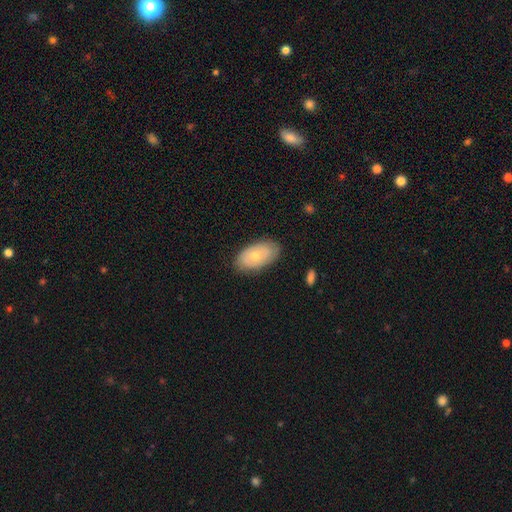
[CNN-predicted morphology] This is possibly a smooth galaxy (60%). How rounded: clearly in between (93%). Merging: clearly none (82%).